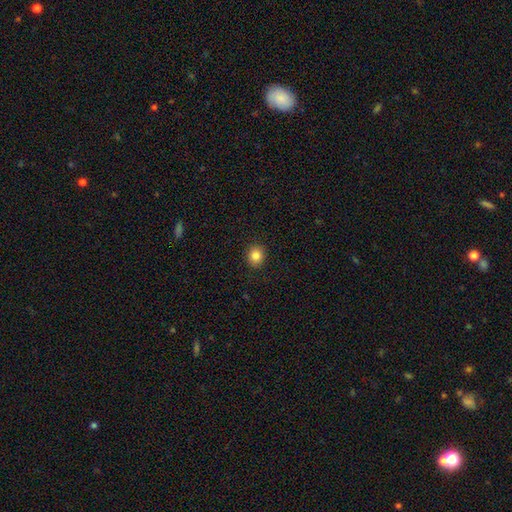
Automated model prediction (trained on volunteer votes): Q: Smooth or featured?
A: smooth (84%); runner-up: star or artifact (11%)
Q: How rounded?
A: round (81%); runner-up: in between (18%)
Q: Merging?
A: none (91%); runner-up: minor disturbance (6%)